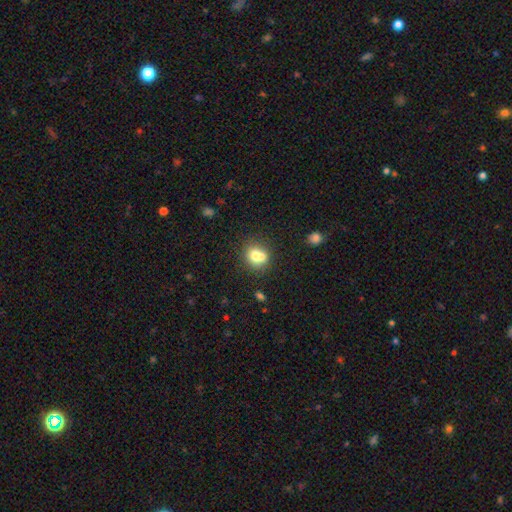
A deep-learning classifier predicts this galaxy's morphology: smooth 73%, featured or disk 17%, star or artifact 11%. Down the decision tree: how rounded — round (73%); merging — none (43%).